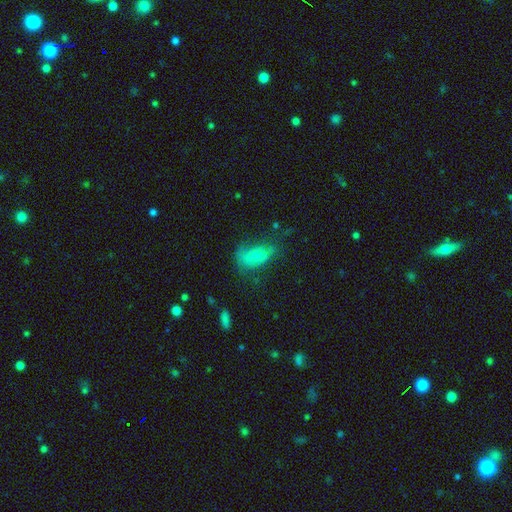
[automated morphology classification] Overall: smooth (61%; featured or disk 24%). How rounded: in between (86%). Merging: major disturbance (34%; none 32%).